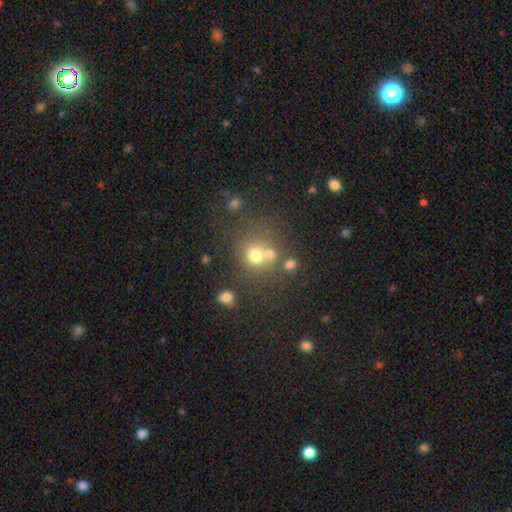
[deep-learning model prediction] A smooth galaxy with no disk features (67%) that is round (84%). Merging: none (53%).